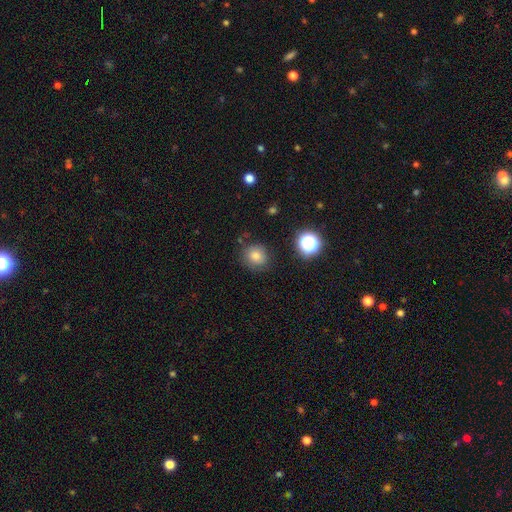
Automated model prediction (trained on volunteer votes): smooth_or_featured: smooth (p=0.79) [alt: star or artifact p=0.14]
how_rounded: round (p=0.83) [alt: in between p=0.16]
merging: none (p=0.81) [alt: minor disturbance p=0.13]